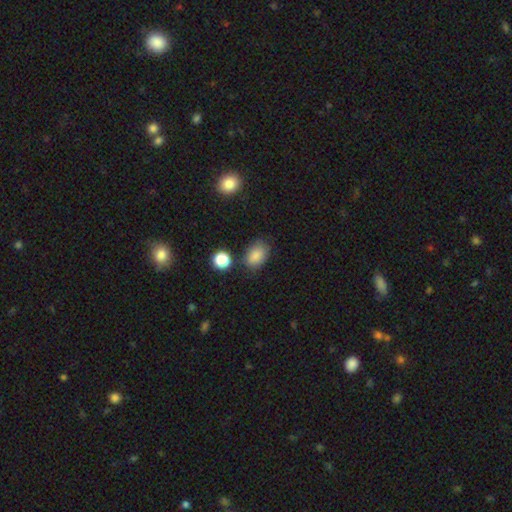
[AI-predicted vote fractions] A smooth galaxy with no disk features (84%) that is in between round and cigar-shaped (83%). Merging: none (72%).